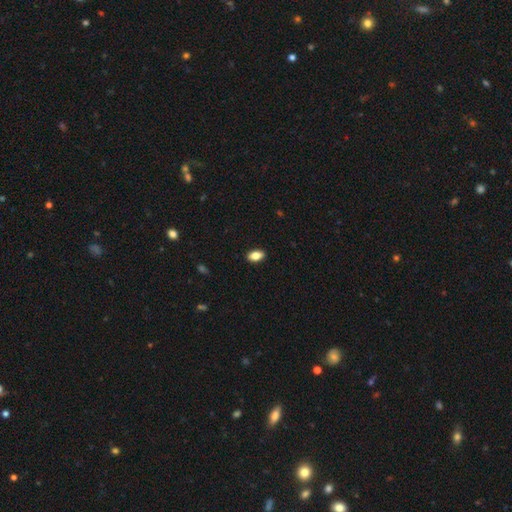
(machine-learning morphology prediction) A smooth galaxy with no disk features (83%) that is in between round and cigar-shaped (89%).

Vote fractions:
- Smooth or featured? smooth: 83% / featured or disk: 8% / star or artifact: 8%
- How rounded? in between: 89% / round: 7% / cigar-shaped: 4%
- Merging? none: 90% / minor disturbance: 8% / major disturbance: 2% / merger: 1%